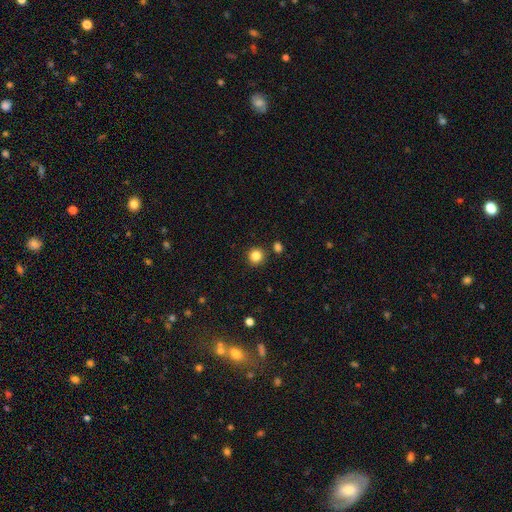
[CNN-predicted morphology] Smooth or featured?
  - smooth: 84% *
  - star or artifact: 11%
  - featured or disk: 4%
How rounded?
  - round: 93% *
  - in between: 6%
  - cigar-shaped: 1%
Merging?
  - none: 88% *
  - minor disturbance: 6%
  - merger: 4%
  - major disturbance: 2%